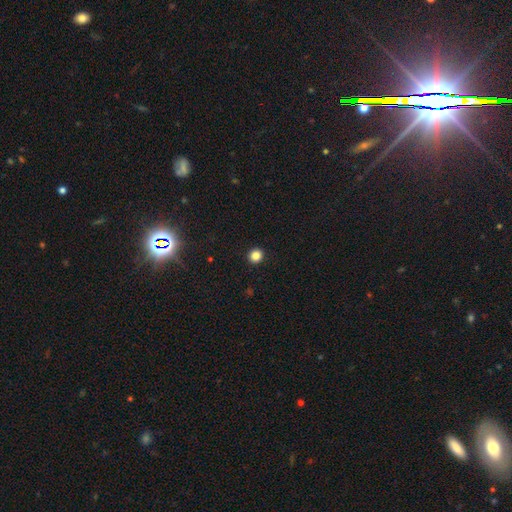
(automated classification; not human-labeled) A smooth galaxy with no disk features (85%) that is round (89%).

Vote fractions:
- Smooth or featured? smooth: 85% / star or artifact: 12% / featured or disk: 3%
- How rounded? round: 89% / in between: 10% / cigar-shaped: 1%
- Merging? none: 93% / minor disturbance: 4% / major disturbance: 2% / merger: 1%